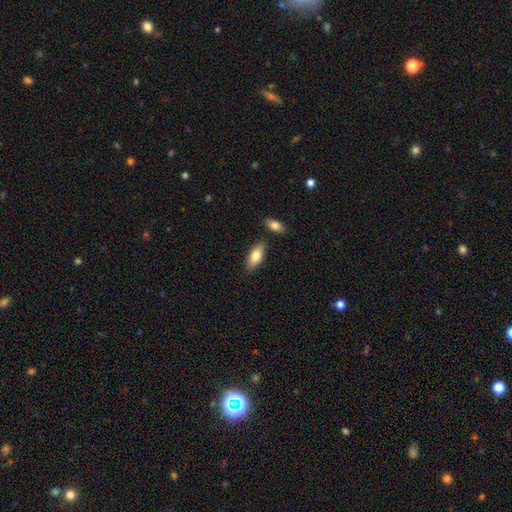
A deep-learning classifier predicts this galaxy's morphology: This appears to be a smooth galaxy with no disk features (77%) that is in between round and cigar-shaped (81%). Merging: none (80%).